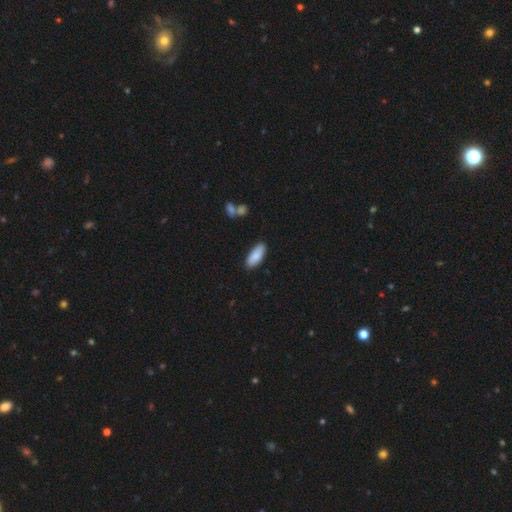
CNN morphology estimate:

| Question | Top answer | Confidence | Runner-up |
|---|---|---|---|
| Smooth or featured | smooth | 87% | featured or disk (7%) |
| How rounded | in between | 79% | cigar-shaped (19%) |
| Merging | none | 86% | minor disturbance (11%) |